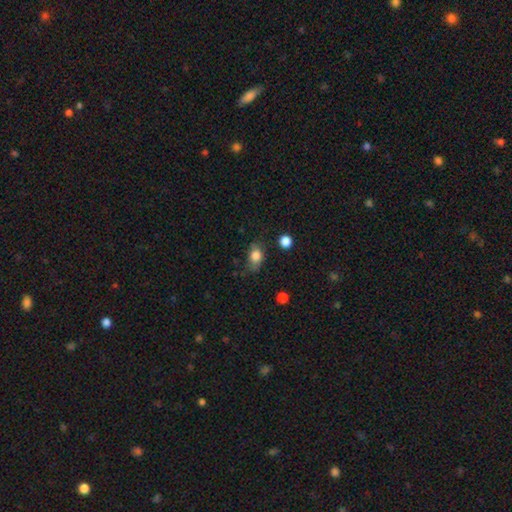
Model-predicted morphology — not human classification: smooth 81%, featured or disk 9%, star or artifact 9%. Down the decision tree: how rounded — in between (70%); merging — none (62%).